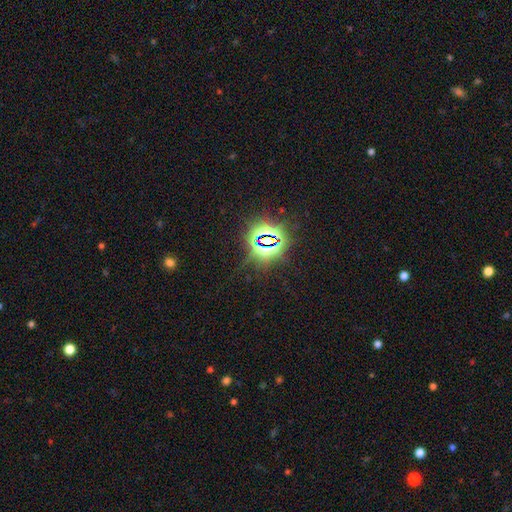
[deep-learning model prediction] Smooth or featured?
  - star or artifact: 82% *
  - smooth: 10%
  - featured or disk: 7%